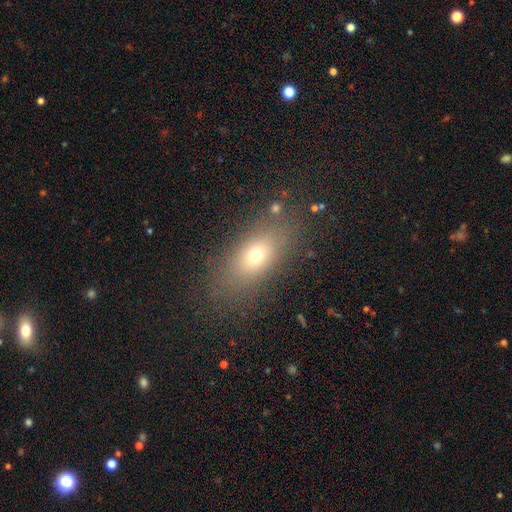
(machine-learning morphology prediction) type=smooth (67%); roundness=in between (75%); merging=none (80%).